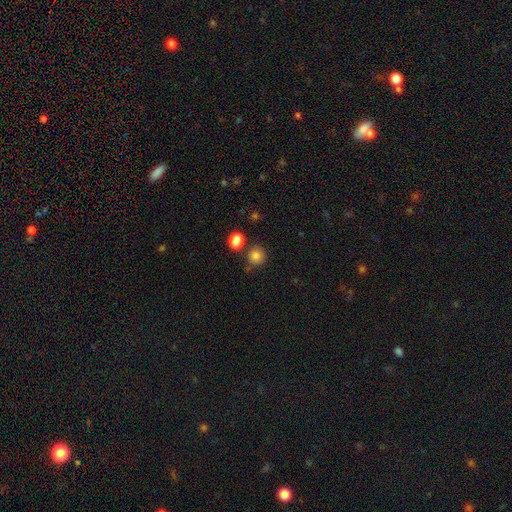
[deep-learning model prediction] This is clearly a smooth galaxy (81%). How rounded: clearly round (89%). Merging: likely none (78%).